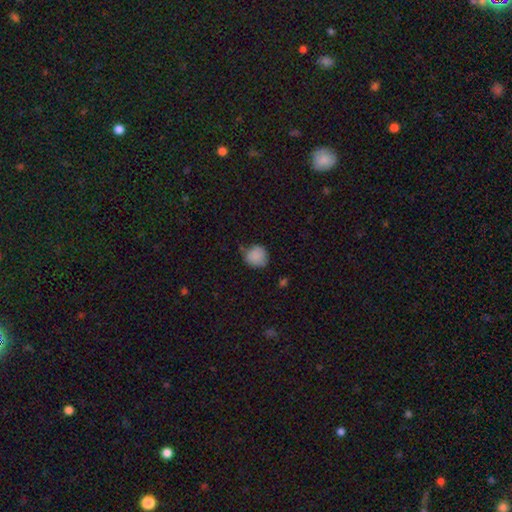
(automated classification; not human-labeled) Smooth or featured? smooth (86%)
How rounded? round (84%)
Merging? none (63%)